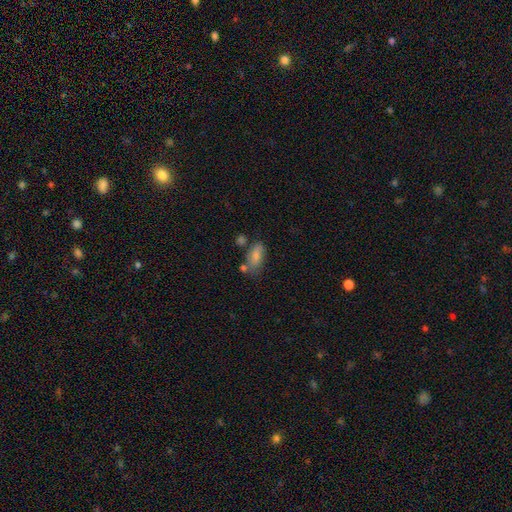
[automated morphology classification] smooth-or-featured: smooth: 77% | featured or disk: 15% | star or artifact: 8%
  how-rounded: in between: 87% | cigar-shaped: 9% | round: 4%
  merging: none: 55% | minor disturbance: 24% | merger: 14% | major disturbance: 8%